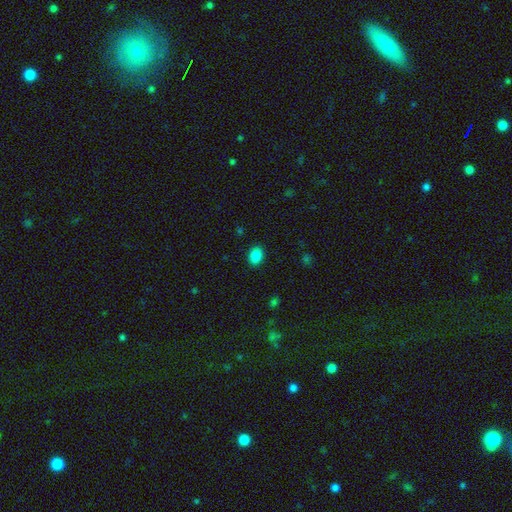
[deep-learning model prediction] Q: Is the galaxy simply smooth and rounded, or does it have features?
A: smooth — 87%.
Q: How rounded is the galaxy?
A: in between — 73%.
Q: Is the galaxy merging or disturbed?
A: none — 89%.